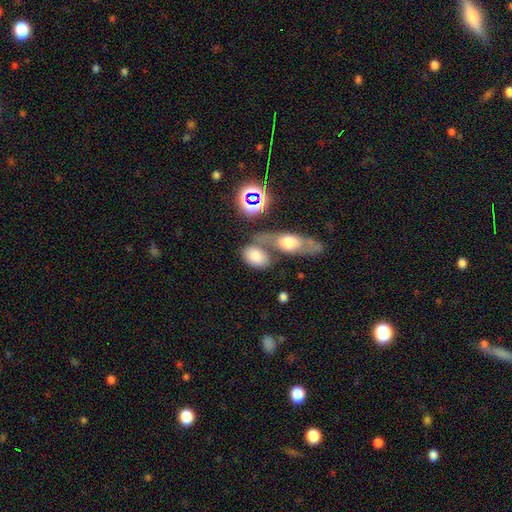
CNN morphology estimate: Smooth or featured? Predicted: smooth (p=0.73). How rounded? Predicted: in between (p=0.80). Merging? Predicted: merger (p=0.40).